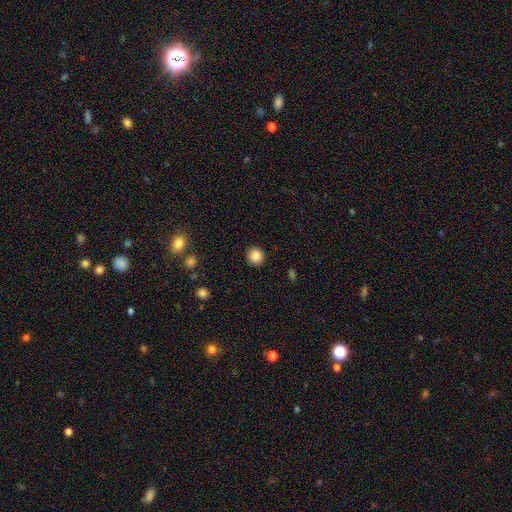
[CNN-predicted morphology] Overall: smooth (87%). How rounded: round (86%). Merging: none (90%).